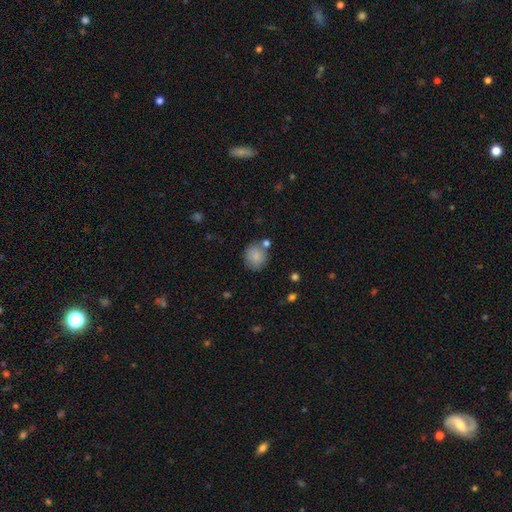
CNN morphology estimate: Smooth or featured? smooth (85%)
How rounded? round (75%)
Merging? none (71%)